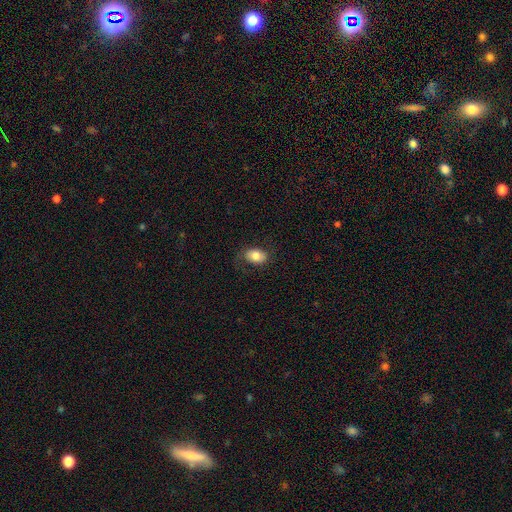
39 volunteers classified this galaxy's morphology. smooth 85%, star or artifact 10%, featured or disk 5%. Down the decision tree: how rounded — in between (85%); merging — none (80%).